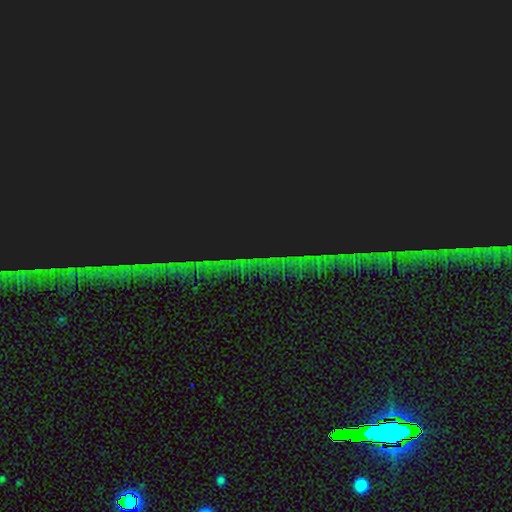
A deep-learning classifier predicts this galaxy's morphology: smooth_or_featured: star or artifact (p=0.85) [alt: featured or disk p=0.08]